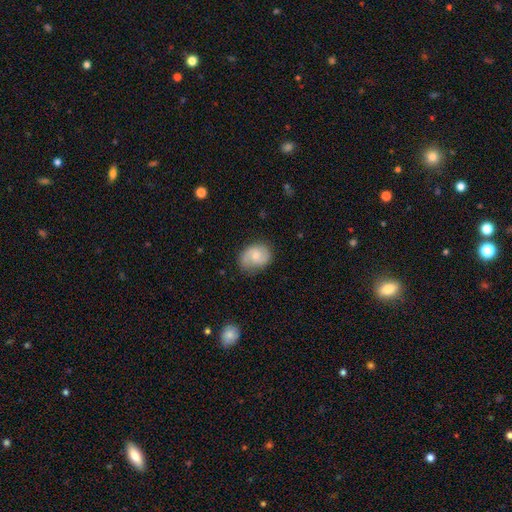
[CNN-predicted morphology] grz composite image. It shows a featured or disk galaxy (59%) with no bar (60%), 2 (81%) medium (47%) spiral arms (91%) and a moderate central bulge (49%). Merging: none (74%).